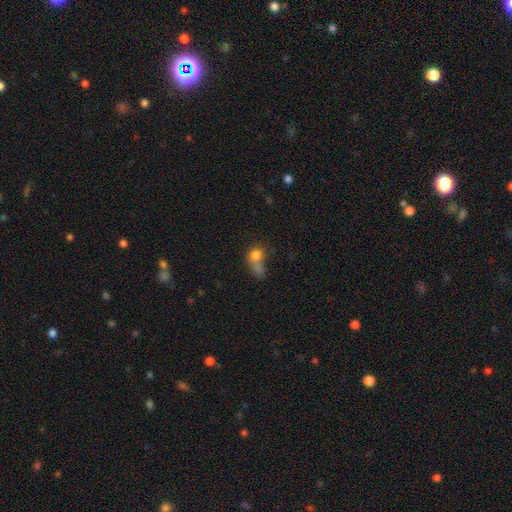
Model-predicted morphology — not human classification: Q: Smooth or featured?
A: smooth (75%); runner-up: featured or disk (14%)
Q: How rounded?
A: round (55%); runner-up: in between (42%)
Q: Merging?
A: merger (42%); runner-up: major disturbance (24%)